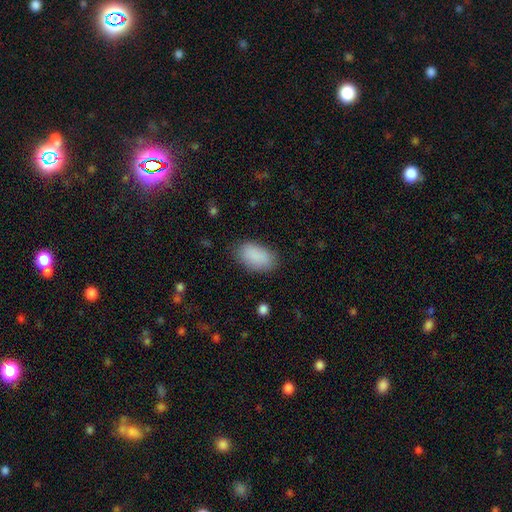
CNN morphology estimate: type=smooth (89%); roundness=in between (94%); merging=none (82%).